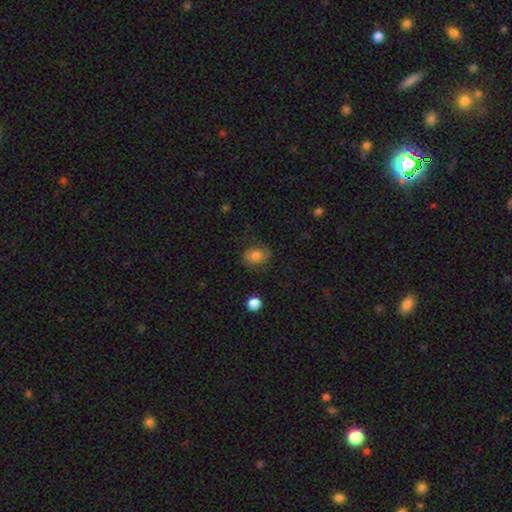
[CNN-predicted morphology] Smooth or featured? smooth (75%)
How rounded? in between (58%)
Merging? none (71%)